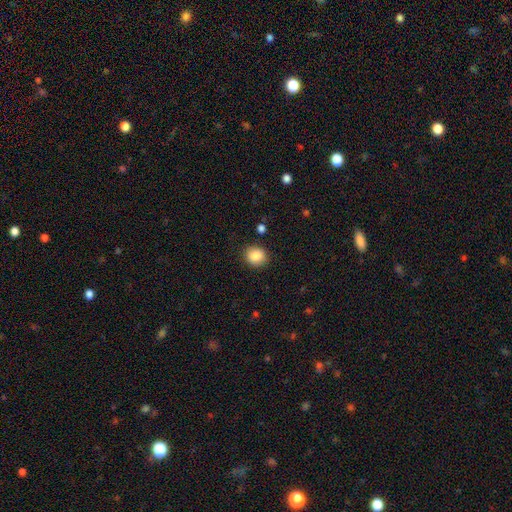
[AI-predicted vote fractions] A smooth galaxy with no disk features (87%) that is round (81%).

Vote fractions:
- Smooth or featured? smooth: 87% / star or artifact: 9% / featured or disk: 4%
- How rounded? round: 81% / in between: 18% / cigar-shaped: 1%
- Merging? none: 88% / minor disturbance: 8% / major disturbance: 2% / merger: 2%